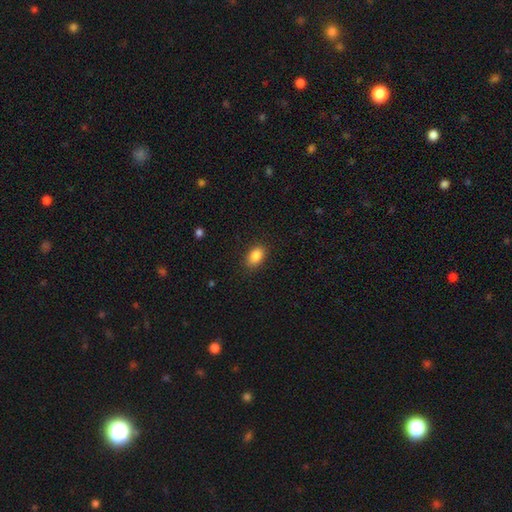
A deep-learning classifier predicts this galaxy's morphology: type=smooth (87%); roundness=in between (87%); merging=none (87%).